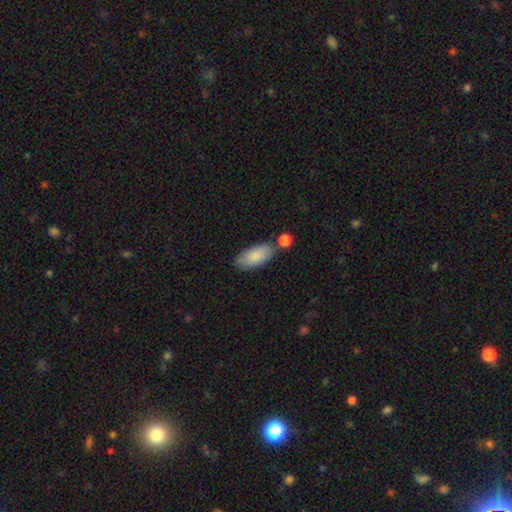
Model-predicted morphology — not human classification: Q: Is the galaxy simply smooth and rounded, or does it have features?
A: smooth — 84%.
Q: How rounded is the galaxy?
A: in between — 90%.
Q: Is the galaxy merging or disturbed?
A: none — 70%.